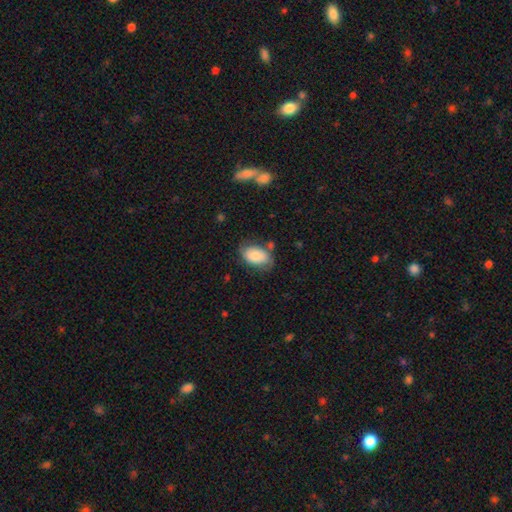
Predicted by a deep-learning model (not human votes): smooth_or_featured: smooth (p=0.79) [alt: featured or disk p=0.14]
how_rounded: in between (p=0.91) [alt: round p=0.08]
merging: none (p=0.62) [alt: minor disturbance p=0.26]